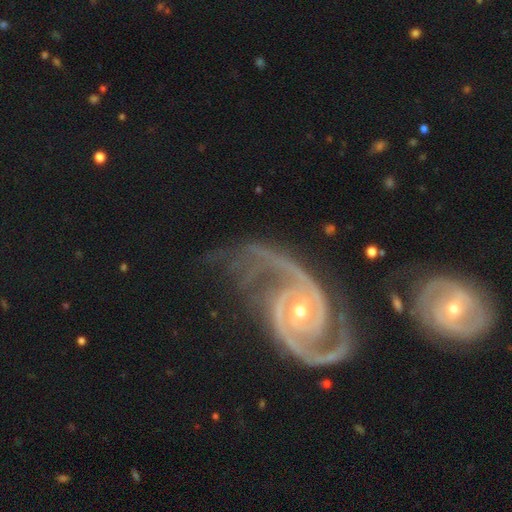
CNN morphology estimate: A featured or disk galaxy (92%) with no bar (59%), 2 (84%) medium (49%) spiral arms (98%) and a small central bulge (56%). Merging: none (54%).